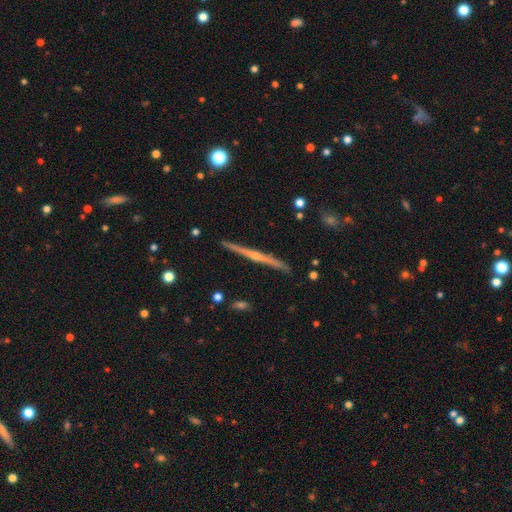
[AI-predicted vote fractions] This appears to be a featured or disk galaxy (74%) viewed edge-on (97%) with a rounded central bulge (74%). Merging: none (88%).